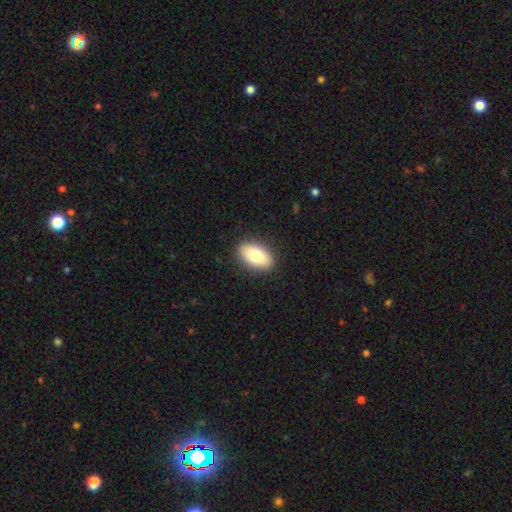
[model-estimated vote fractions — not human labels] Smooth or featured? Predicted: smooth (p=0.79). How rounded? Predicted: in between (p=0.93). Merging? Predicted: none (p=0.89).